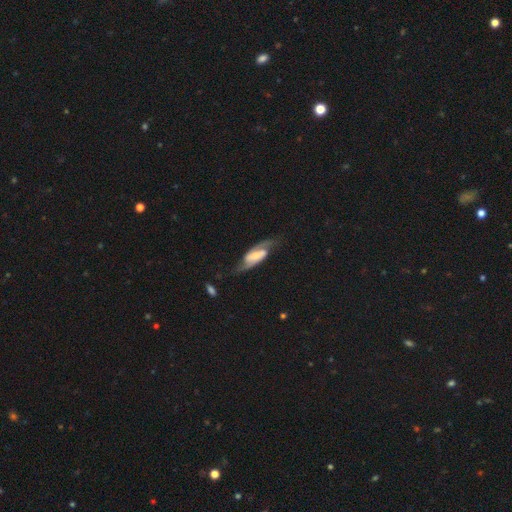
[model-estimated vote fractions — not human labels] Q: Smooth or featured?
A: featured or disk (78%); runner-up: smooth (16%)
Q: Edge-on disk?
A: no (91%); runner-up: yes (9%)
Q: Bar?
A: strong (38%); runner-up: weak (36%)
Q: Spiral arms?
A: yes (93%); runner-up: no (7%)
Q: Spiral winding?
A: medium (44%); runner-up: loose (38%)
Q: Spiral arm count?
A: 2 (89%); runner-up: can't tell (5%)
Q: Bulge size?
A: small (44%); runner-up: moderate (33%)
Q: Merging?
A: none (69%); runner-up: minor disturbance (18%)